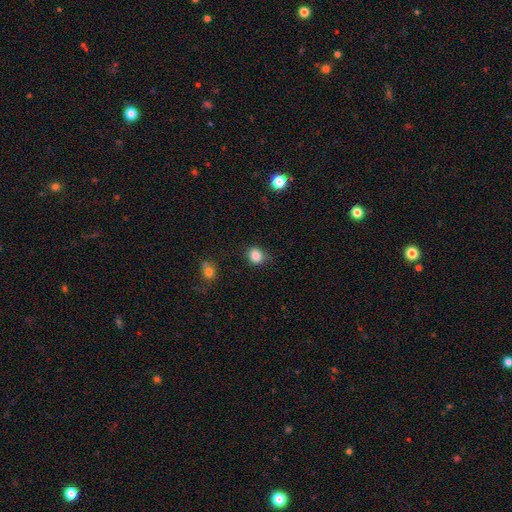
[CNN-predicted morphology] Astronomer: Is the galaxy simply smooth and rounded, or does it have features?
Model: smooth — 85%.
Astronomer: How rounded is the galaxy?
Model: round — 70%.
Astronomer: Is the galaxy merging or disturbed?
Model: none — 72%.